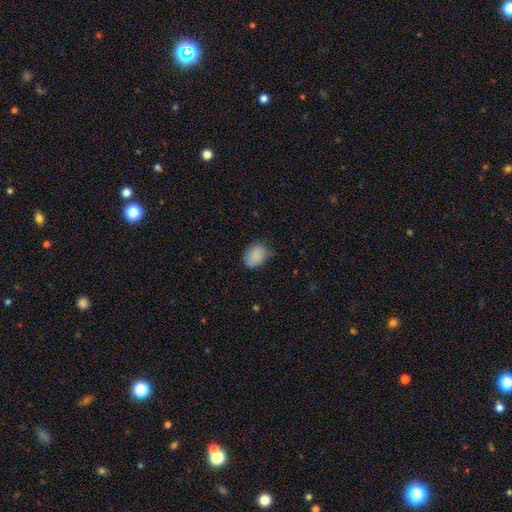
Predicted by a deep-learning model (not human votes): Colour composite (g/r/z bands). It shows a smooth galaxy with no disk features (88%) that is in between round and cigar-shaped (64%). Merging: none (72%).